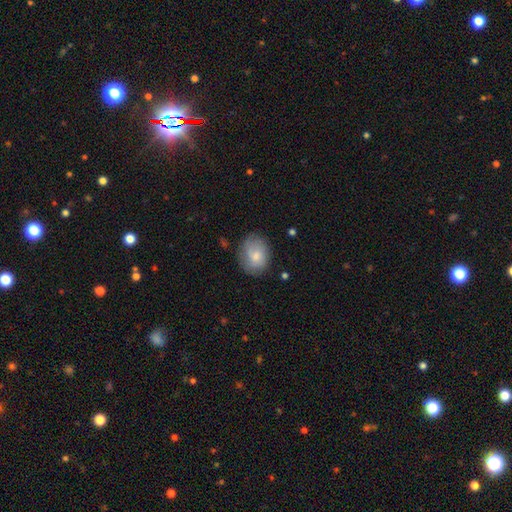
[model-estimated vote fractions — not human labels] A smooth galaxy with no disk features (76%) that is round (56%). Merging: none (71%).